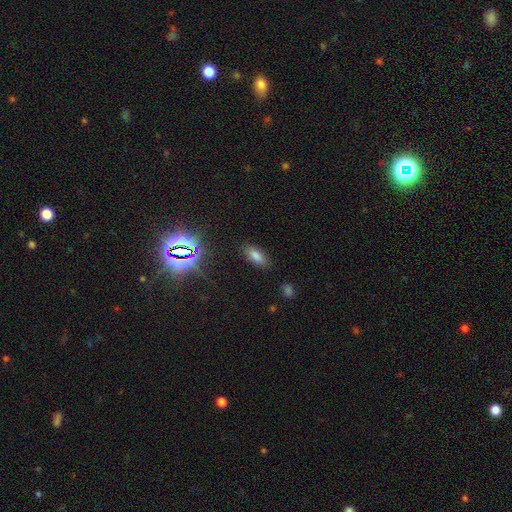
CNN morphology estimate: Overall: smooth (77%). How rounded: in between (82%). Merging: none (84%).